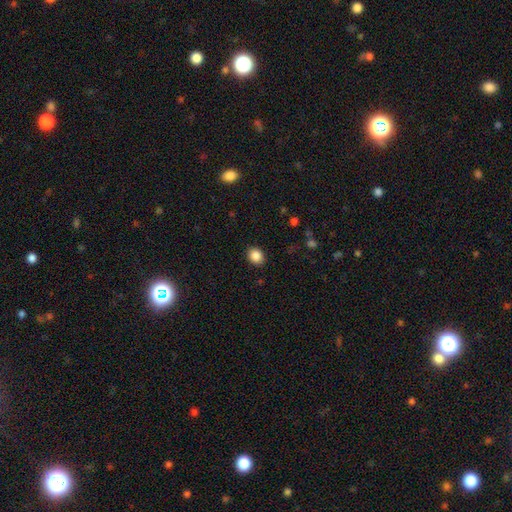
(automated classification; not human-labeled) smooth-or-featured: smooth: 87% | star or artifact: 9% | featured or disk: 4%
  how-rounded: round: 52% | in between: 47% | cigar-shaped: 1%
  merging: none: 90% | minor disturbance: 7% | major disturbance: 2% | merger: 1%